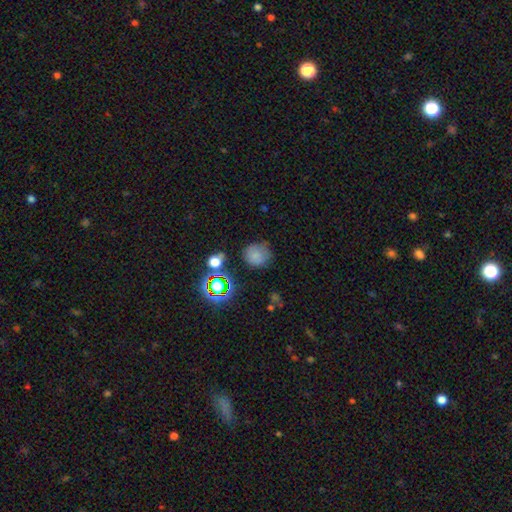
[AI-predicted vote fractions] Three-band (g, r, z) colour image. It shows a smooth galaxy with no disk features (73%) that is round (82%). Merging: none (69%).